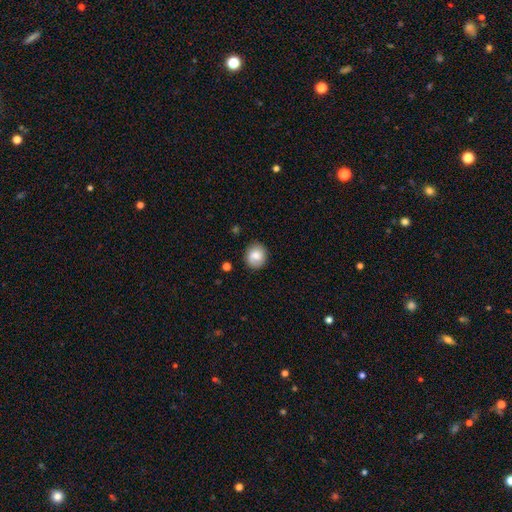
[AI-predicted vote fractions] Smooth or featured: smooth — 80% (featured or disk — 11%)
How rounded: round — 78% (in between — 21%)
Merging: none — 84% (minor disturbance — 12%)